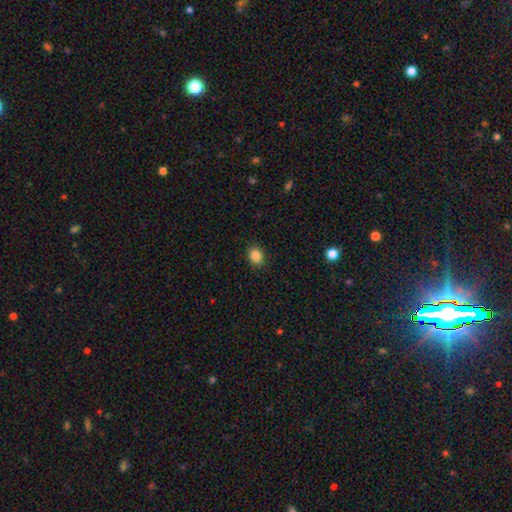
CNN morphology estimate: This is clearly a smooth galaxy (86%). How rounded: possibly in between (52%). Merging: clearly none (88%).